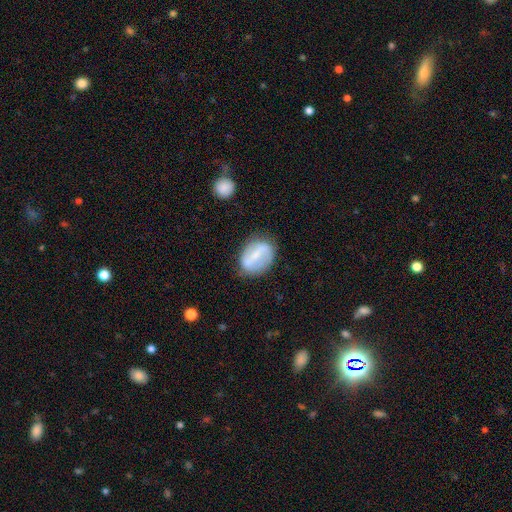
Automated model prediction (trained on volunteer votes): smooth-or-featured: featured or disk: 56% | smooth: 37% | star or artifact: 7%
  disk-edge-on: no: 95% | yes: 5%
    bar: strong: 53% | weak: 34% | no: 13%
    has-spiral-arms: yes: 58% | no: 42%
    bulge-size: small: 54% | moderate: 29% | none: 13% | large: 2% | dominant: 1%
  merging: none: 72% | minor disturbance: 19% | major disturbance: 6% | merger: 2%